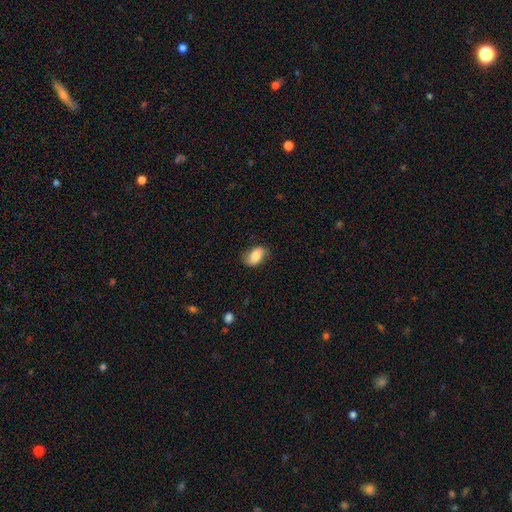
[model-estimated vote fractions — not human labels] Overall: smooth (82%). How rounded: in between (90%). Merging: none (72%).